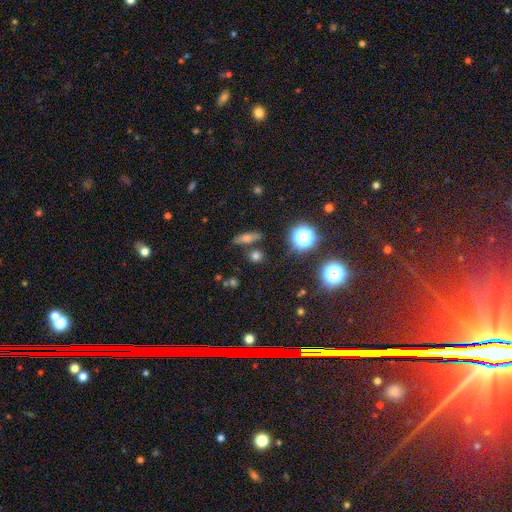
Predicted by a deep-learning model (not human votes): Smooth or featured? Predicted: smooth (p=0.66). How rounded? Predicted: round (p=0.63). Merging? Predicted: none (p=0.77).